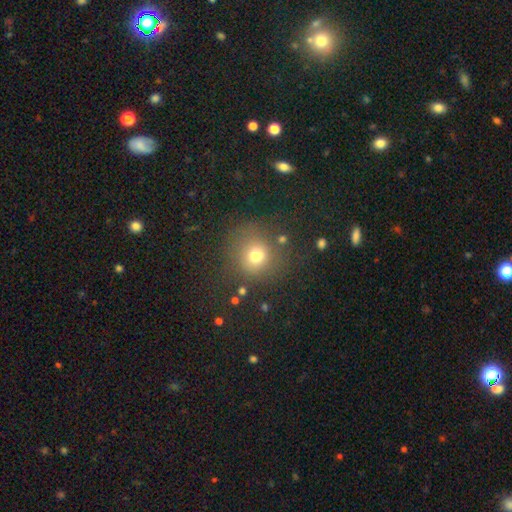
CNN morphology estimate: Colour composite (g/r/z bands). It shows a smooth galaxy with no disk features (73%) that is round (83%). Merging: none (74%).